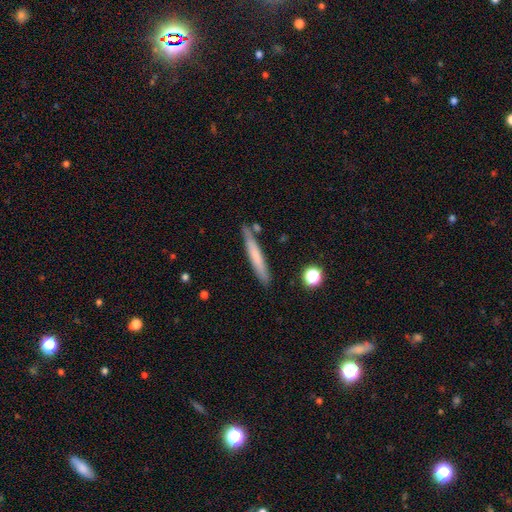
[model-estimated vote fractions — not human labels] Q: Smooth or featured?
A: smooth (64%); runner-up: featured or disk (30%)
Q: How rounded?
A: cigar-shaped (95%); runner-up: in between (4%)
Q: Merging?
A: none (81%); runner-up: minor disturbance (12%)